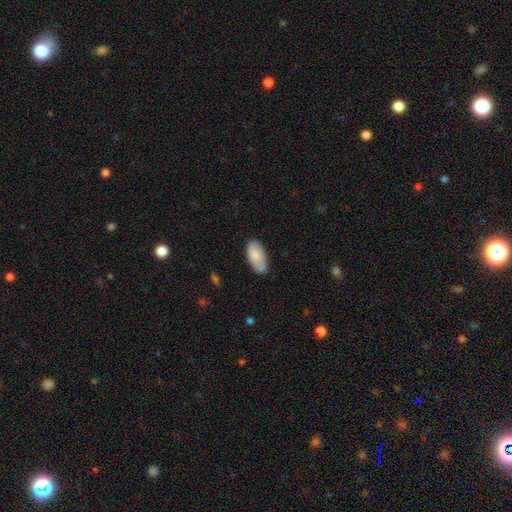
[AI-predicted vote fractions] The model was most divided on "merging": none: 72%, minor disturbance: 21%, major disturbance: 3%, merger: 3%. More confident: how rounded — in between (93%); smooth or featured — smooth (82%).